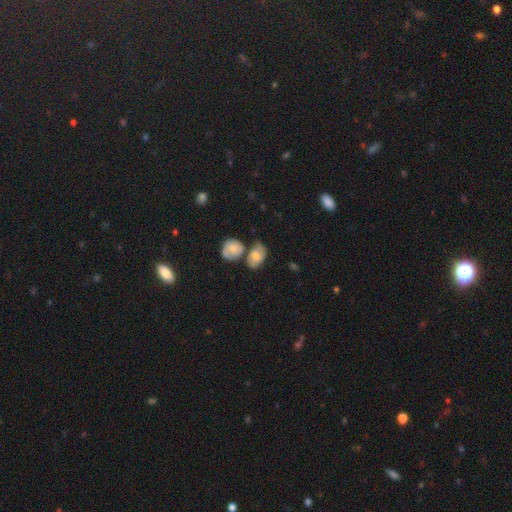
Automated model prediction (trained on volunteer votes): The model was most divided on "merging": none: 43%, merger: 31%, minor disturbance: 18%, major disturbance: 8%. More confident: how rounded — in between (80%); smooth or featured — smooth (63%).